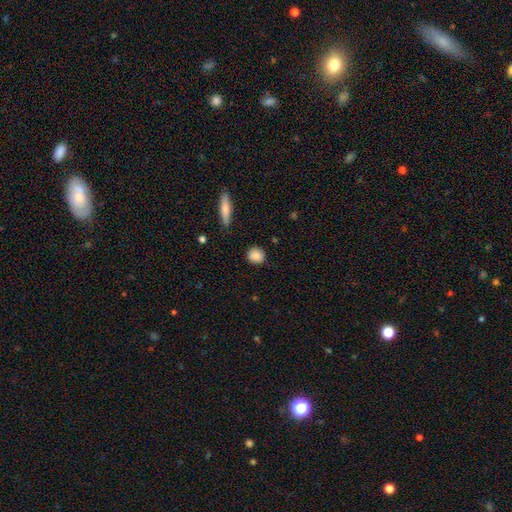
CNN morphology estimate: A smooth galaxy with no disk features (86%) that is round (83%).

Vote fractions:
- Smooth or featured? smooth: 86% / star or artifact: 8% / featured or disk: 6%
- How rounded? round: 83% / in between: 14% / cigar-shaped: 2%
- Merging? none: 86% / minor disturbance: 10% / major disturbance: 2% / merger: 2%